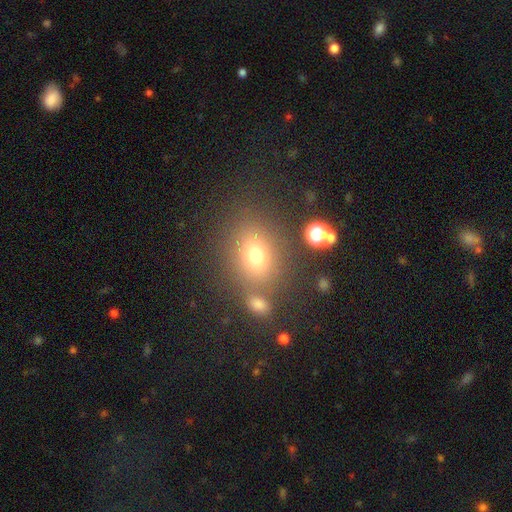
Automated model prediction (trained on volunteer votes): smooth 70%, star or artifact 18%, featured or disk 12%. Down the decision tree: how rounded — in between (54%); merging — none (70%).